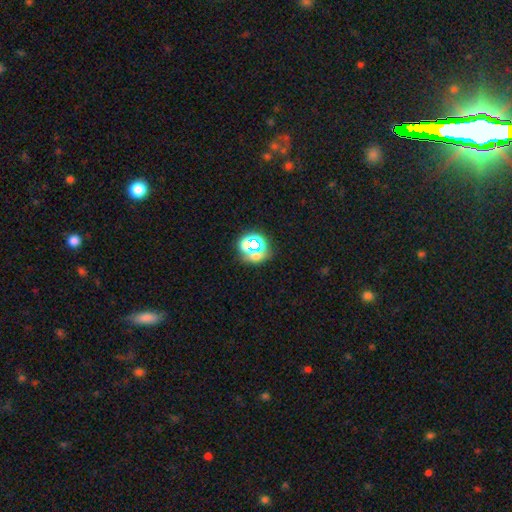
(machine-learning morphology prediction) The model was most divided on "smooth or featured": star or artifact: 51%, smooth: 36%, featured or disk: 13%.